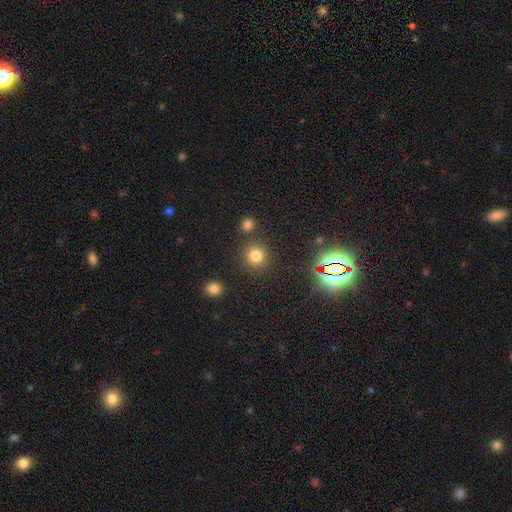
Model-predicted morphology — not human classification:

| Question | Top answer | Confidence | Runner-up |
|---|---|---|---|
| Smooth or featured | smooth | 76% | star or artifact (18%) |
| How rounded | round | 90% | in between (9%) |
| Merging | none | 82% | minor disturbance (8%) |